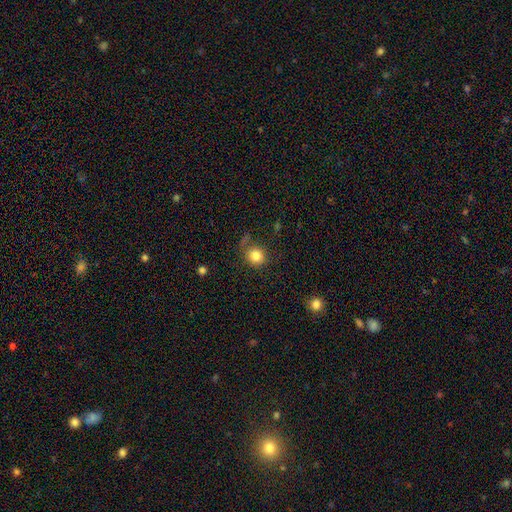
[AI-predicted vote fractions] The model was most divided on "merging": none: 74%, minor disturbance: 15%, major disturbance: 7%, merger: 4%. More confident: how rounded — round (86%); smooth or featured — smooth (82%).